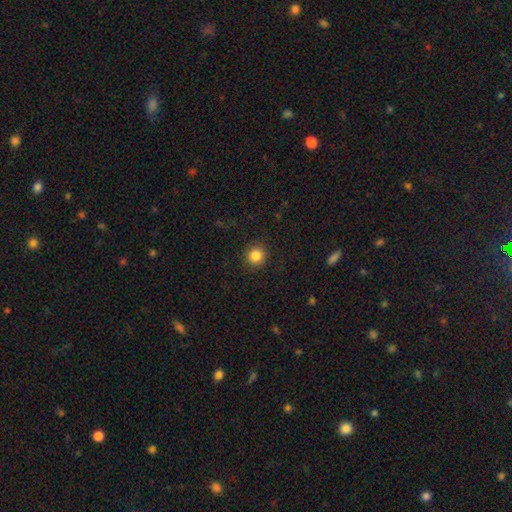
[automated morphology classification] smooth 85%, star or artifact 11%, featured or disk 4%. Down the decision tree: how rounded — round (93%); merging — none (91%).